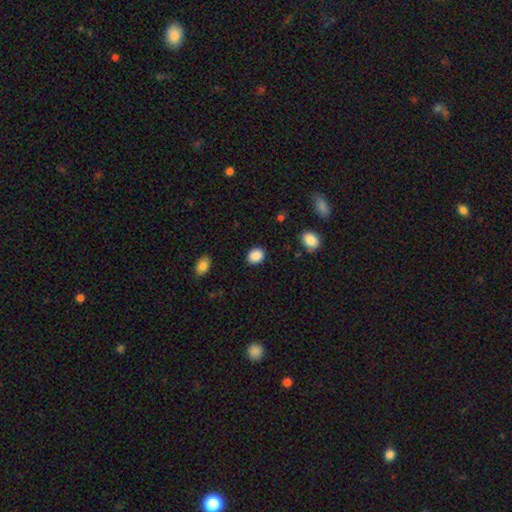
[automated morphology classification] Smooth or featured?
  - smooth: 89% *
  - star or artifact: 8%
  - featured or disk: 3%
How rounded?
  - round: 52% *
  - in between: 47%
  - cigar-shaped: 1%
Merging?
  - none: 88% *
  - minor disturbance: 8%
  - major disturbance: 3%
  - merger: 1%